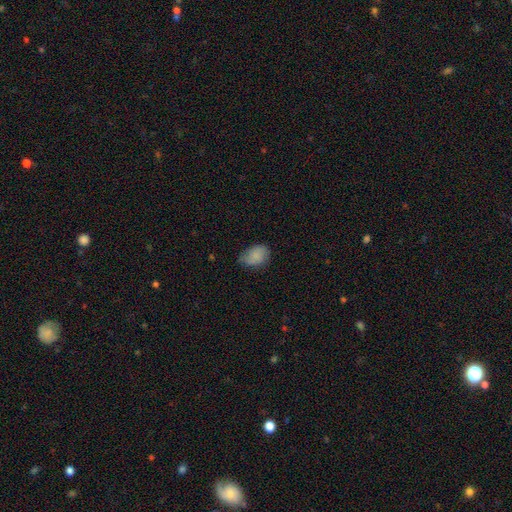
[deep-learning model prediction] smooth 83%, featured or disk 9%, star or artifact 8%. Down the decision tree: how rounded — in between (81%); merging — none (63%).